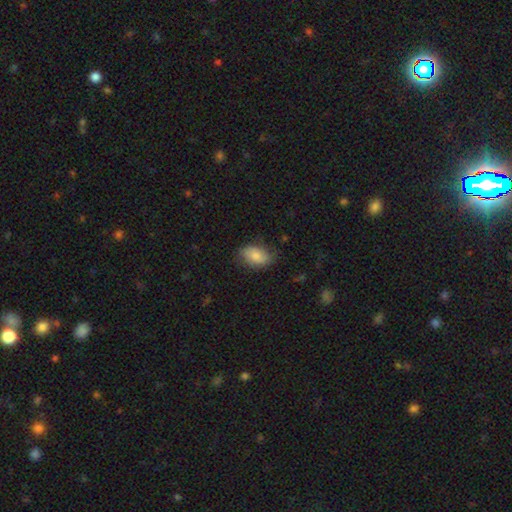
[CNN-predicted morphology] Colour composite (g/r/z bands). It shows a smooth galaxy with no disk features (77%) that is in between round and cigar-shaped (88%). Merging: none (70%).